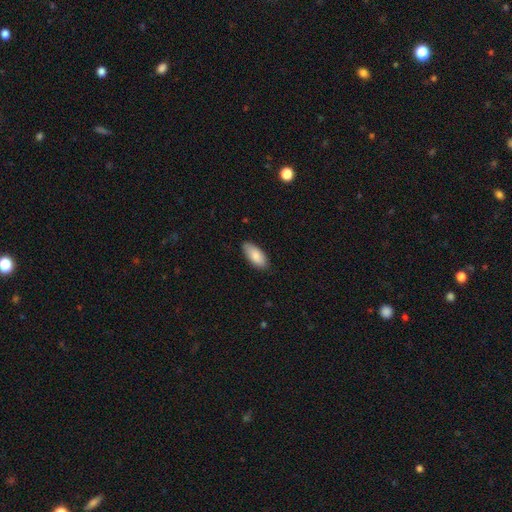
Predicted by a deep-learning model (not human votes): A smooth galaxy with no disk features (85%) that is in between round and cigar-shaped (88%). Merging: none (85%).